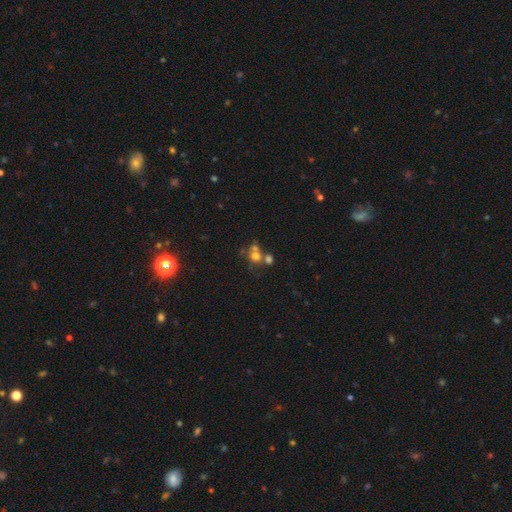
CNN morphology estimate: Smooth or featured: smooth — 63% (featured or disk — 19%)
How rounded: round — 81% (in between — 18%)
Merging: merger — 43% (none — 42%)